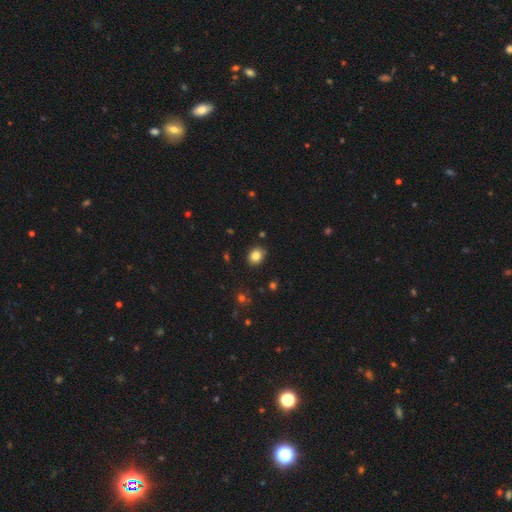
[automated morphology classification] smooth 85%, star or artifact 10%, featured or disk 5%. Down the decision tree: how rounded — round (57%); merging — none (86%).